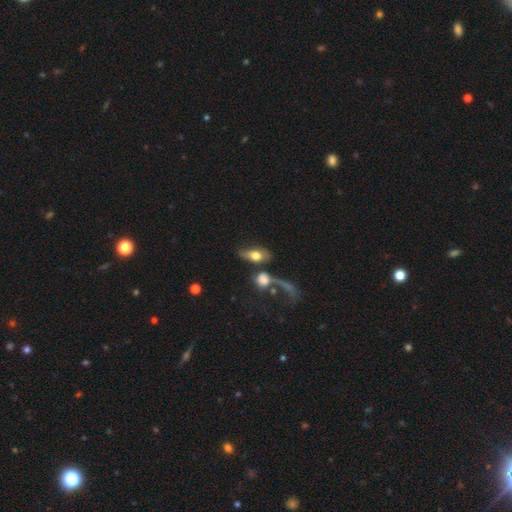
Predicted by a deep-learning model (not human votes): A smooth galaxy with no disk features (63%) that is in between round and cigar-shaped (81%).

Vote fractions:
- Smooth or featured? smooth: 63% / featured or disk: 28% / star or artifact: 9%
- How rounded? in between: 81% / round: 10% / cigar-shaped: 9%
- Merging? none: 36% / merger: 33% / major disturbance: 16% / minor disturbance: 14%